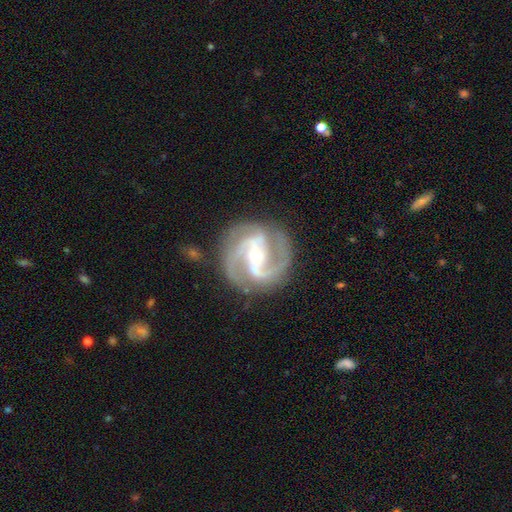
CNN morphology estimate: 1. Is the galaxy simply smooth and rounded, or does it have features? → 92% featured or disk, 5% star or artifact, 4% smooth.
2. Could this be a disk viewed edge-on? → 98% no, 2% yes.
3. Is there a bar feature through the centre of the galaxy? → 40% strong, 35% weak, 25% no.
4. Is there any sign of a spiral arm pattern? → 98% yes, 2% no.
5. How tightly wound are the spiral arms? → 58% medium, 30% tight, 12% loose.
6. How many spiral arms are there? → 49% 2, 36% 3, 5% can't tell, 4% 4, 3% 1, 3% more than 4.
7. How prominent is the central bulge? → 63% small, 33% moderate, 2% large, 1% none, 1% dominant.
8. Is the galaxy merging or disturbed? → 78% none, 13% minor disturbance, 6% major disturbance, 2% merger.